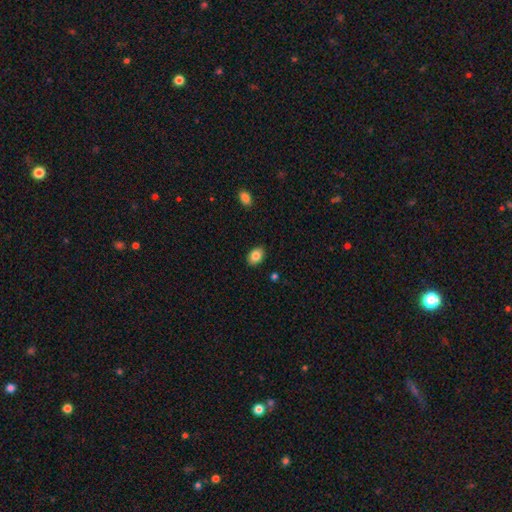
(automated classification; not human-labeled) Smooth or featured: smooth — 85% (star or artifact — 8%)
How rounded: in between — 83% (round — 16%)
Merging: none — 87% (minor disturbance — 9%)